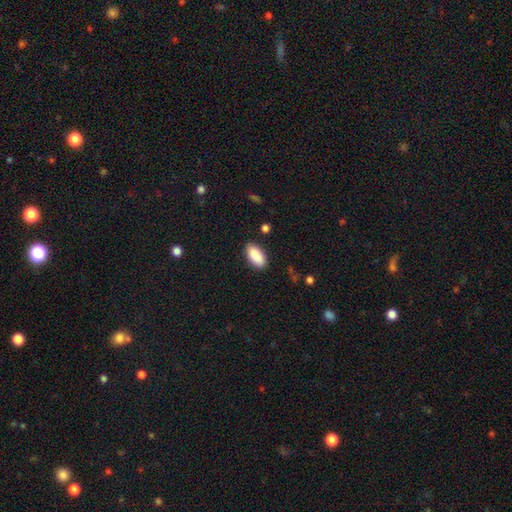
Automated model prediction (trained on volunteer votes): smooth_or_featured: smooth (p=0.90) [alt: star or artifact p=0.06]
how_rounded: in between (p=0.94) [alt: cigar-shaped p=0.04]
merging: none (p=0.87) [alt: minor disturbance p=0.09]